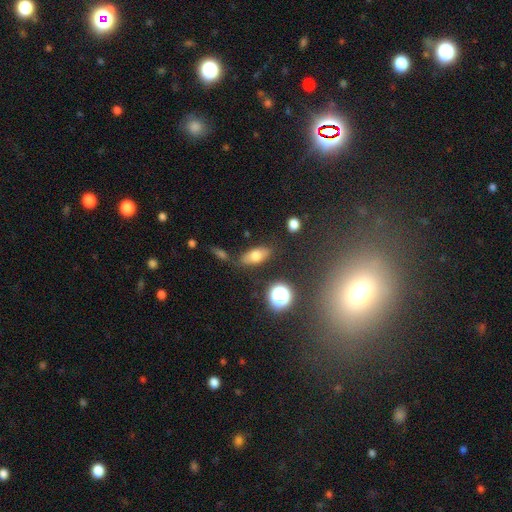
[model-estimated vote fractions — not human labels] A smooth galaxy with no disk features (69%) that is in between round and cigar-shaped (83%). Merging: none (75%).